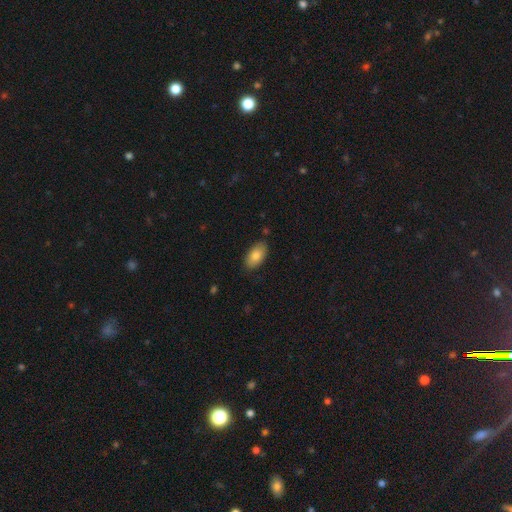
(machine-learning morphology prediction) Overall: smooth (79%). How rounded: in between (94%). Merging: none (83%).